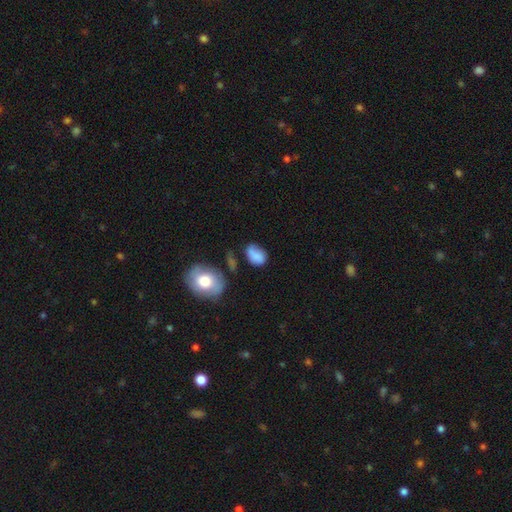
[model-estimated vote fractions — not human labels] Smooth or featured: smooth — 79% (featured or disk — 12%)
How rounded: in between — 81% (round — 17%)
Merging: none — 46% (minor disturbance — 32%)